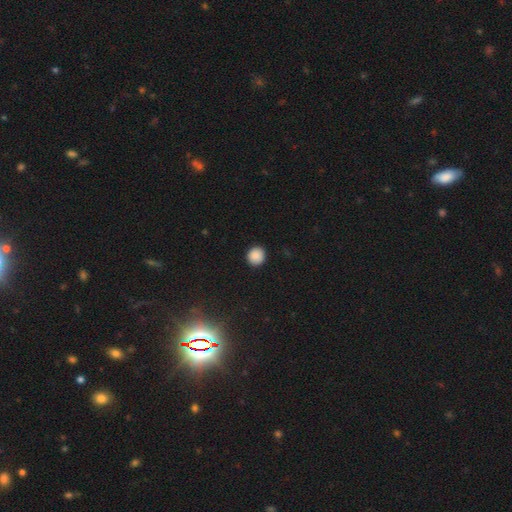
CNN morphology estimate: A smooth galaxy with no disk features (88%) that is round (91%).

Vote fractions:
- Smooth or featured? smooth: 88% / star or artifact: 9% / featured or disk: 3%
- How rounded? round: 91% / in between: 8% / cigar-shaped: 1%
- Merging? none: 92% / minor disturbance: 5% / major disturbance: 2% / merger: 1%